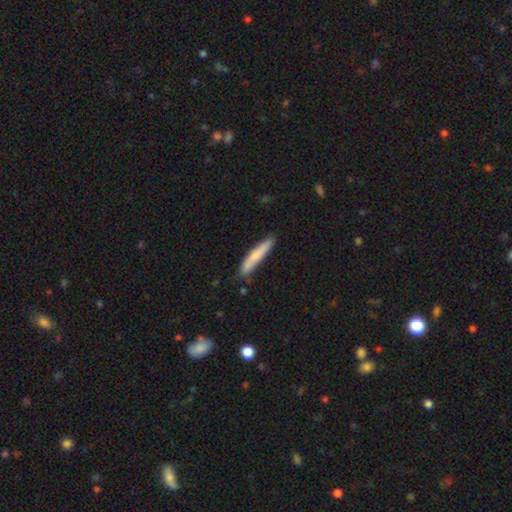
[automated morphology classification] Smooth or featured? Predicted: smooth (p=0.73). How rounded? Predicted: cigar-shaped (p=0.91). Merging? Predicted: none (p=0.81).